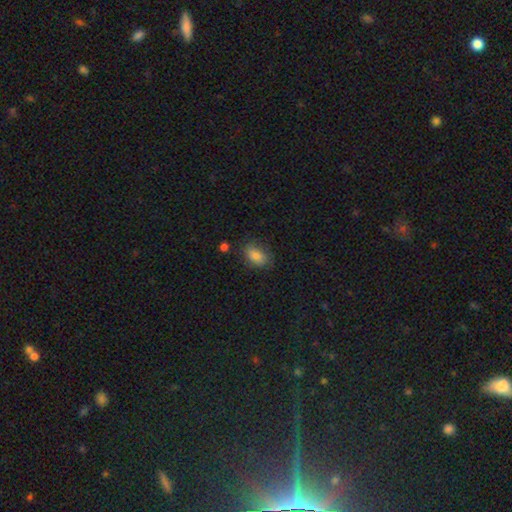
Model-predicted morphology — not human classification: Q: Smooth or featured?
A: smooth (81%); runner-up: featured or disk (11%)
Q: How rounded?
A: in between (85%); runner-up: round (13%)
Q: Merging?
A: none (73%); runner-up: minor disturbance (19%)